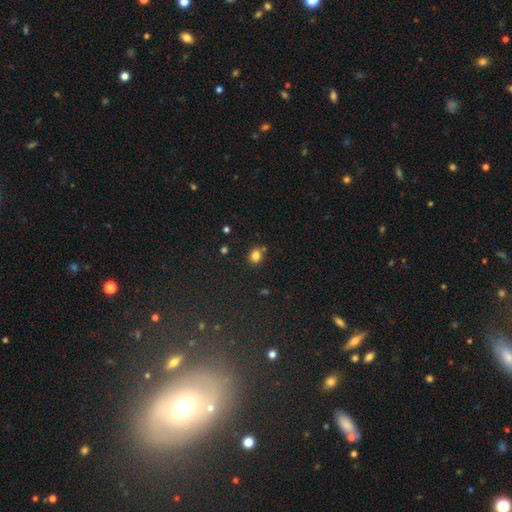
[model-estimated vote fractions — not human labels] This is clearly a smooth galaxy (82%). How rounded: possibly round (59%). Merging: likely none (73%).